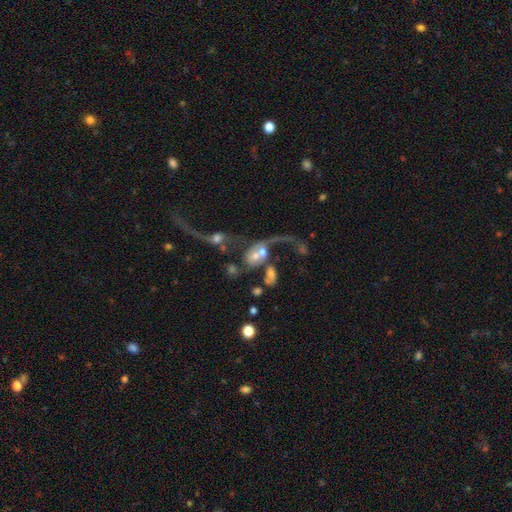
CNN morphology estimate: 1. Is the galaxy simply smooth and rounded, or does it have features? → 55% featured or disk, 32% smooth, 12% star or artifact.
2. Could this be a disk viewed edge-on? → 95% no, 5% yes.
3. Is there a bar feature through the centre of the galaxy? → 71% no, 22% weak, 6% strong.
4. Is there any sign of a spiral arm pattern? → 60% yes, 40% no.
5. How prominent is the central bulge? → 46% moderate, 24% small, 13% large, 12% none, 4% dominant.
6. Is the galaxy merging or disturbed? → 70% merger, 16% major disturbance, 9% none, 5% minor disturbance.